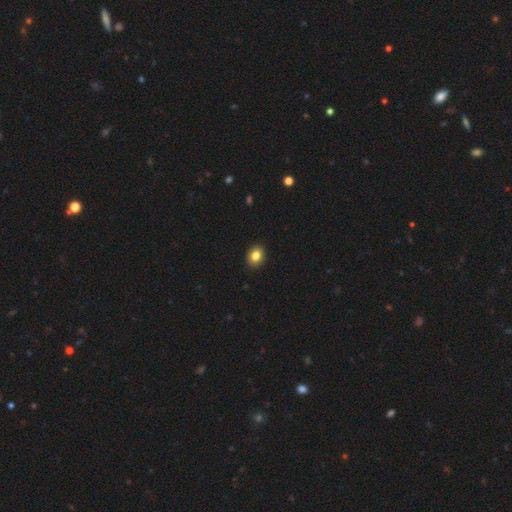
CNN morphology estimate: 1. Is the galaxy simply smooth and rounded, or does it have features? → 84% smooth, 10% star or artifact, 7% featured or disk.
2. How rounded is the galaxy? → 58% in between, 41% round, 1% cigar-shaped.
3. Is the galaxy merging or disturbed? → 90% none, 7% minor disturbance, 2% major disturbance, 1% merger.